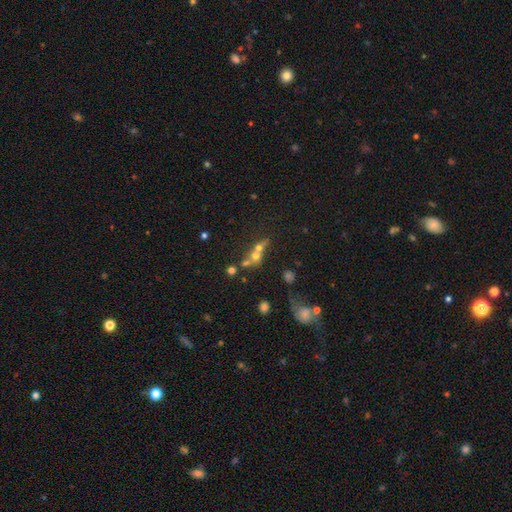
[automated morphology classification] smooth-or-featured: smooth: 50% | featured or disk: 28% | star or artifact: 22%
  how-rounded: round: 70% | in between: 24% | cigar-shaped: 6%
  merging: merger: 52% | none: 34% | minor disturbance: 8% | major disturbance: 6%